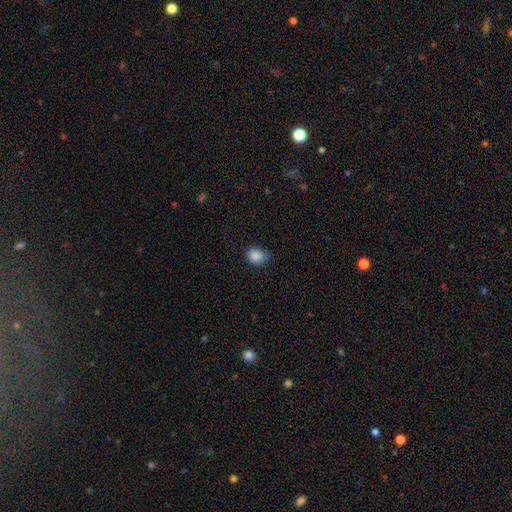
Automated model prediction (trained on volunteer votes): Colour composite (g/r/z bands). It shows a smooth galaxy with no disk features (87%) that is in between round and cigar-shaped (52%). Merging: none (71%).